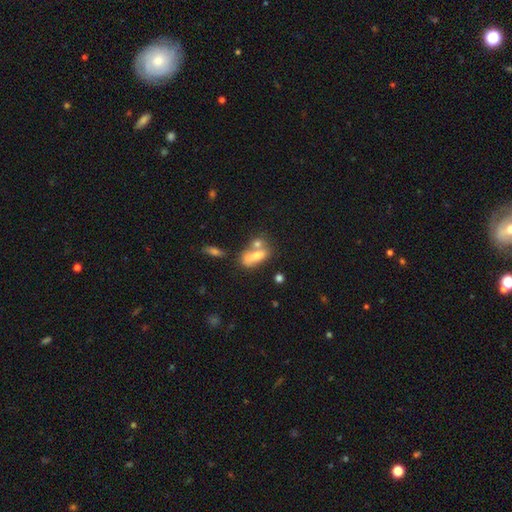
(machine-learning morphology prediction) smooth_or_featured: smooth (p=0.68) [alt: featured or disk p=0.23]
how_rounded: in between (p=0.74) [alt: cigar-shaped p=0.20]
merging: merger (p=0.41) [alt: none p=0.36]